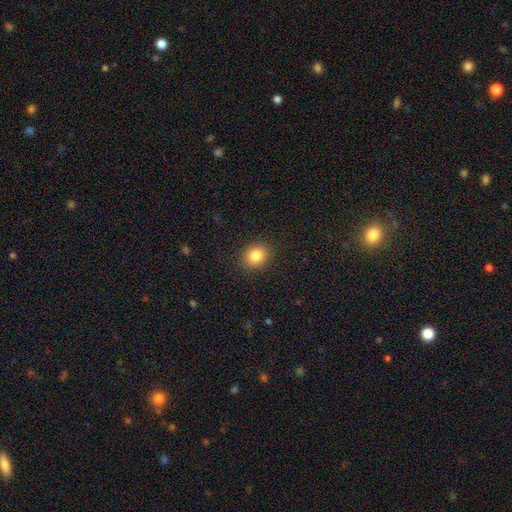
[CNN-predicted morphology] type=smooth (84%); roundness=round (71%); merging=none (88%).